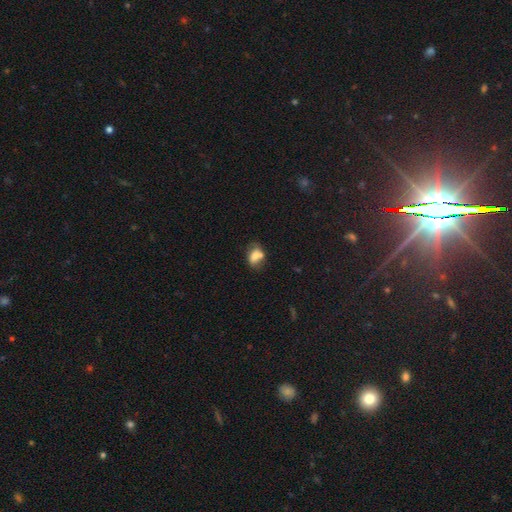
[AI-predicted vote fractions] Overall: smooth (71%). How rounded: in between (72%). Merging: none (41%; merger 33%).